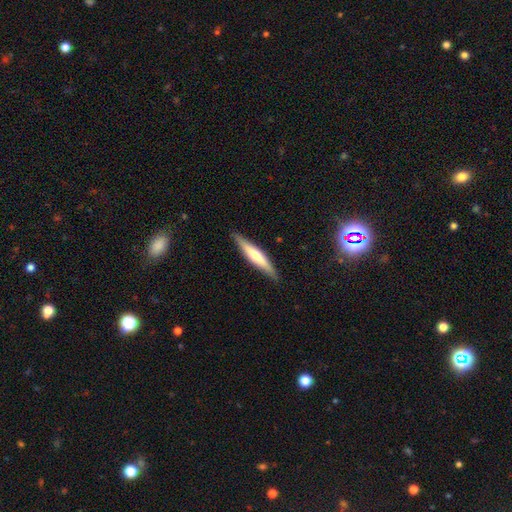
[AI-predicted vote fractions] This is possibly a smooth galaxy (53%). How rounded: clearly cigar-shaped (91%). Merging: clearly none (88%).